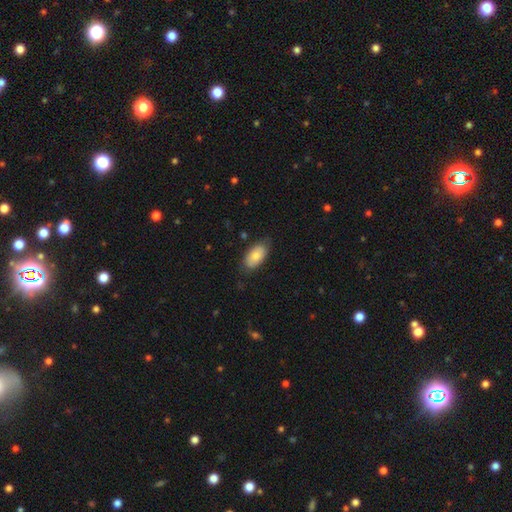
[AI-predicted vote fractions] The model was most divided on "merging": none: 75%, minor disturbance: 20%, major disturbance: 4%, merger: 1%. More confident: how rounded — in between (94%); smooth or featured — smooth (76%).